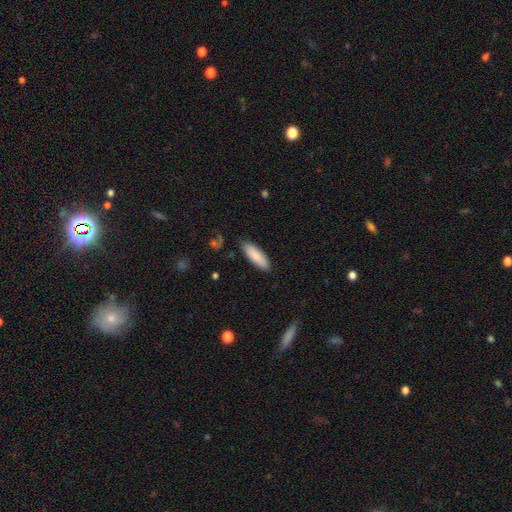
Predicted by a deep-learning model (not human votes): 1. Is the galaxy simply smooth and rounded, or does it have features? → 85% smooth, 10% featured or disk, 6% star or artifact.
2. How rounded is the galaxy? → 60% in between, 38% cigar-shaped, 2% round.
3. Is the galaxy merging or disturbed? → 85% none, 11% minor disturbance, 2% major disturbance, 1% merger.